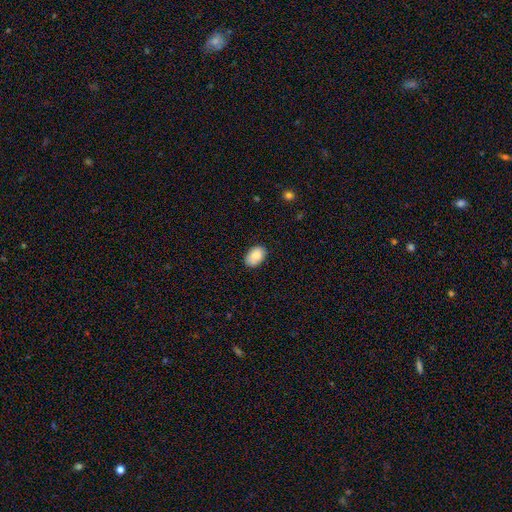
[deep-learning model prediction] A smooth galaxy with no disk features (86%) that is in between round and cigar-shaped (88%).

Vote fractions:
- Smooth or featured? smooth: 86% / featured or disk: 7% / star or artifact: 7%
- How rounded? in between: 88% / round: 11% / cigar-shaped: 1%
- Merging? none: 83% / minor disturbance: 14% / major disturbance: 2% / merger: 1%